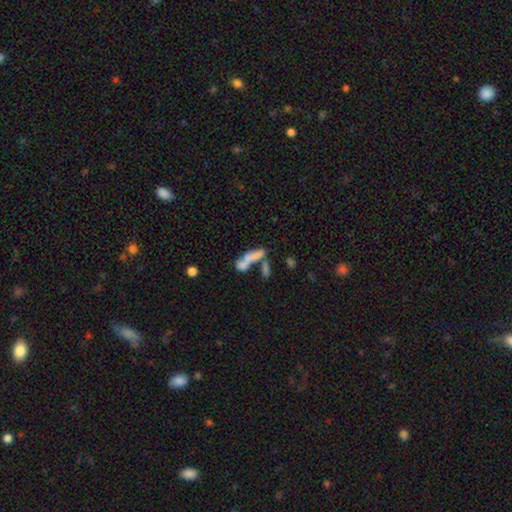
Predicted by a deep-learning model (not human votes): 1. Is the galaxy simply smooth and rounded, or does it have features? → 61% smooth, 28% featured or disk, 11% star or artifact.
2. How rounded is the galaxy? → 55% cigar-shaped, 39% in between, 5% round.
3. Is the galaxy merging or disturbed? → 53% merger, 25% none, 11% major disturbance, 10% minor disturbance.